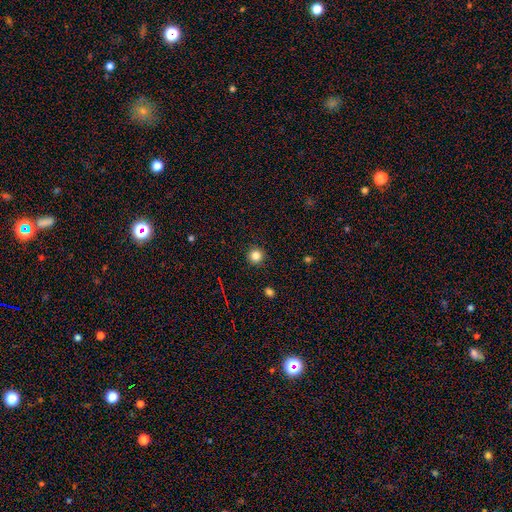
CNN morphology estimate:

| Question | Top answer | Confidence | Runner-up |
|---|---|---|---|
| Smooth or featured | smooth | 83% | star or artifact (12%) |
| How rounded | round | 95% | in between (4%) |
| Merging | none | 92% | minor disturbance (5%) |